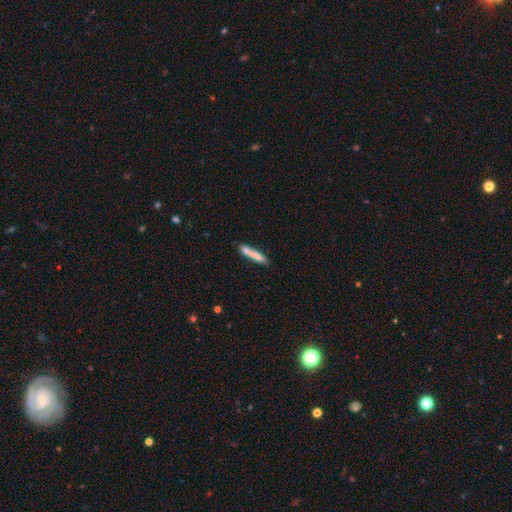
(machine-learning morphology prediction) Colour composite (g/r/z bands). It shows a smooth galaxy with no disk features (75%) that is cigar-shaped (91%). Merging: none (65%).